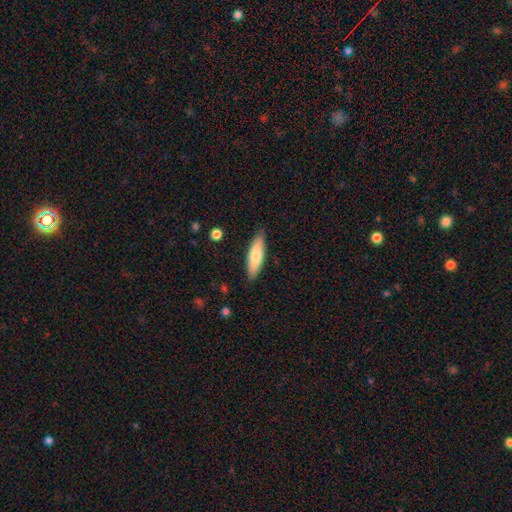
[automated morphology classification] This is likely a smooth galaxy (75%). How rounded: possibly cigar-shaped (56%). Merging: clearly none (87%).